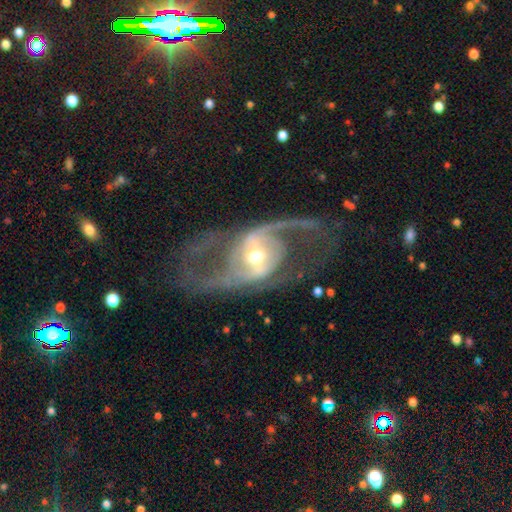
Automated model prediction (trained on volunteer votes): Smooth or featured?
  - featured or disk: 89% *
  - smooth: 7%
  - star or artifact: 5%
Edge-on disk?
  - no: 95% *
  - yes: 5%
Bar?
  - strong: 39% *
  - weak: 36%
  - no: 25%
Spiral arms?
  - yes: 89% *
  - no: 11%
Spiral winding?
  - medium: 46% *
  - loose: 41%
  - tight: 13%
Spiral arm count?
  - 2: 88% *
  - can't tell: 5%
  - 1: 3%
  - 3: 2%
  - 4: 1%
  - more than 4: 1%
Bulge size?
  - moderate: 59% *
  - small: 32%
  - large: 6%
  - dominant: 1%
  - none: 1%
Merging?
  - none: 64% *
  - major disturbance: 20%
  - minor disturbance: 14%
  - merger: 3%